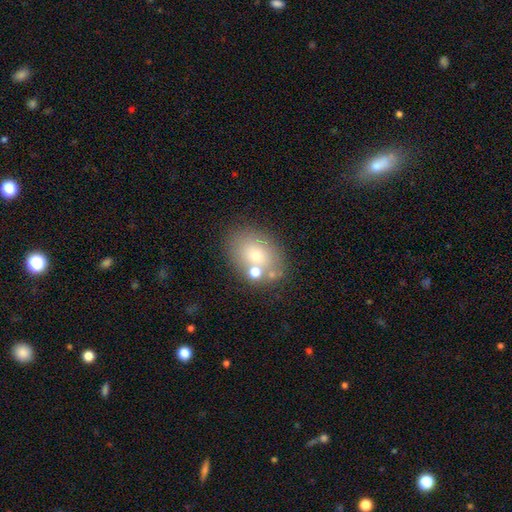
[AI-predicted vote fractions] Q: Smooth or featured?
A: smooth (68%); runner-up: featured or disk (20%)
Q: How rounded?
A: in between (69%); runner-up: round (30%)
Q: Merging?
A: none (68%); runner-up: minor disturbance (14%)